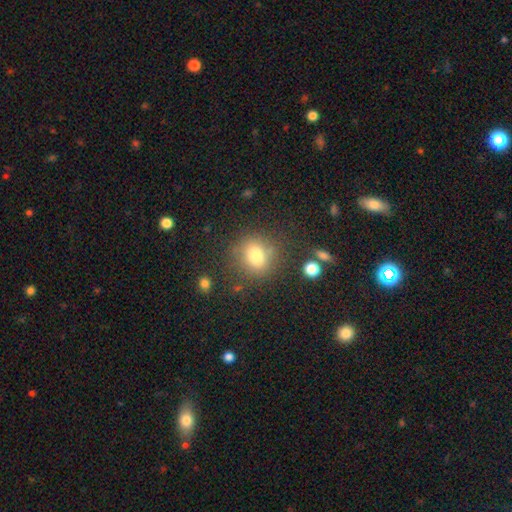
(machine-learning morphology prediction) smooth_or_featured: smooth (p=0.79) [alt: star or artifact p=0.12]
how_rounded: round (p=0.70) [alt: in between p=0.29]
merging: none (p=0.77) [alt: minor disturbance p=0.13]